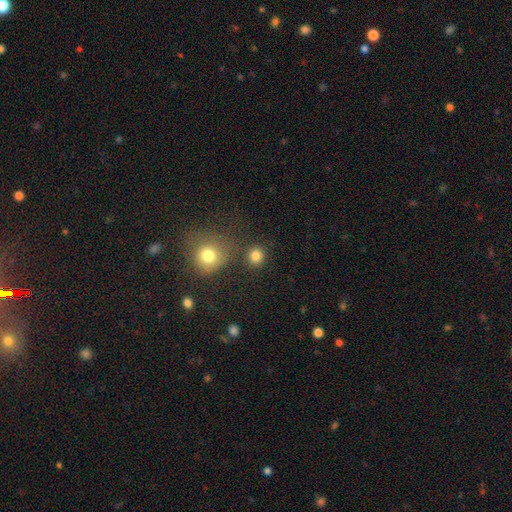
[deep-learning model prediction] Smooth or featured? Predicted: smooth (p=0.83). How rounded? Predicted: round (p=0.89). Merging? Predicted: none (p=0.82).